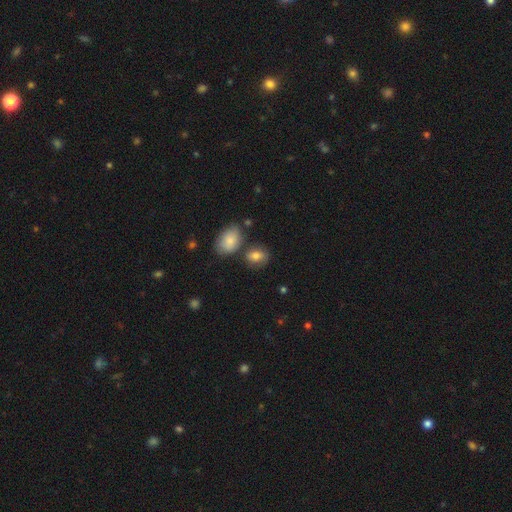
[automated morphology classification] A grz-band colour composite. It shows a smooth galaxy with no disk features (78%) that is in between round and cigar-shaped (65%). Merging: none (63%).